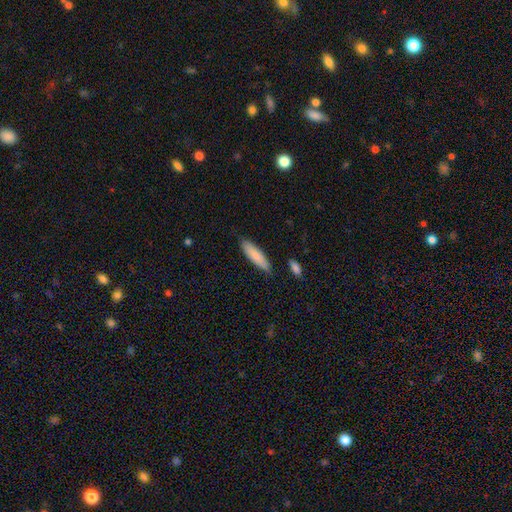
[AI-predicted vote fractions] Q: Smooth or featured?
A: smooth (83%); runner-up: featured or disk (11%)
Q: How rounded?
A: cigar-shaped (69%); runner-up: in between (30%)
Q: Merging?
A: none (85%); runner-up: minor disturbance (11%)